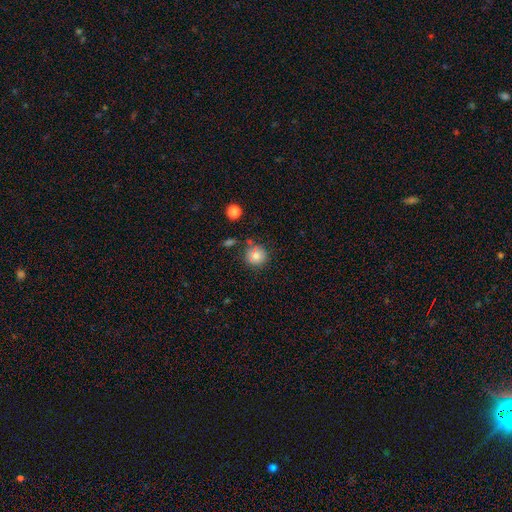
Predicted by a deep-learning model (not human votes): smooth_or_featured: smooth (p=0.80) [alt: star or artifact p=0.11]
how_rounded: round (p=0.88) [alt: in between p=0.11]
merging: none (p=0.72) [alt: minor disturbance p=0.15]